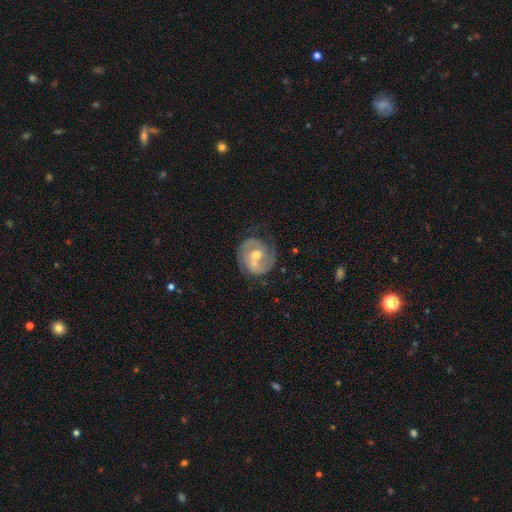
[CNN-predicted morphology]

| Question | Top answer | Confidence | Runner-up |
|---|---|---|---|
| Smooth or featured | featured or disk | 79% | smooth (15%) |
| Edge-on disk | no | 97% | yes (3%) |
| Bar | weak | 44% | no (39%) |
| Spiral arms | yes | 91% | no (9%) |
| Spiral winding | medium | 45% | tight (38%) |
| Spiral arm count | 2 | 80% | can't tell (9%) |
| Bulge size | moderate | 63% | small (33%) |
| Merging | none | 68% | minor disturbance (18%) |